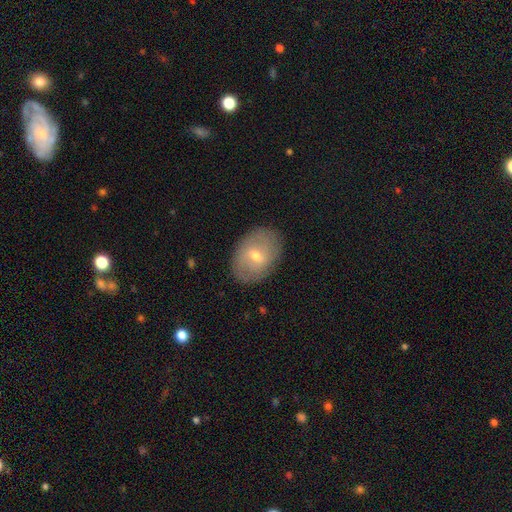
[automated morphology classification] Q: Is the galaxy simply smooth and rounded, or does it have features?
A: smooth — 47%.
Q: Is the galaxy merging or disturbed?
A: none — 83%.